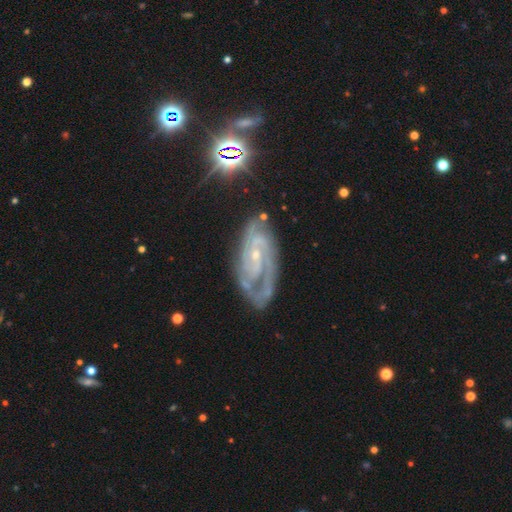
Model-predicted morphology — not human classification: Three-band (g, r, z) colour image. It shows a featured or disk galaxy (87%) with no bar (50%), 2 (50%) tight (54%) spiral arms (96%) and a small central bulge (79%). Merging: none (63%).